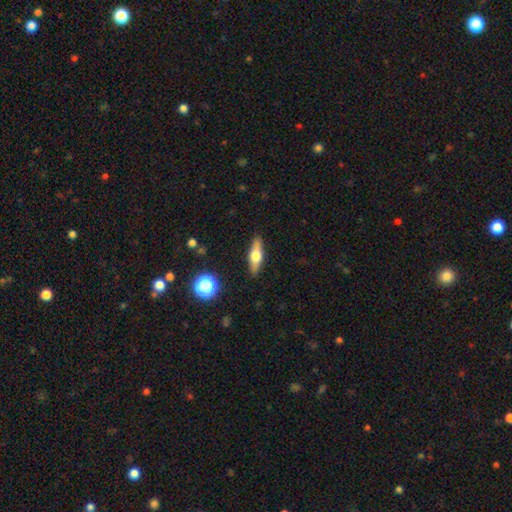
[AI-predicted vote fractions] Smooth or featured: featured or disk — 50% (smooth — 42%)
Edge-on disk: yes — 91% (no — 9%)
Merging: none — 89% (minor disturbance — 8%)